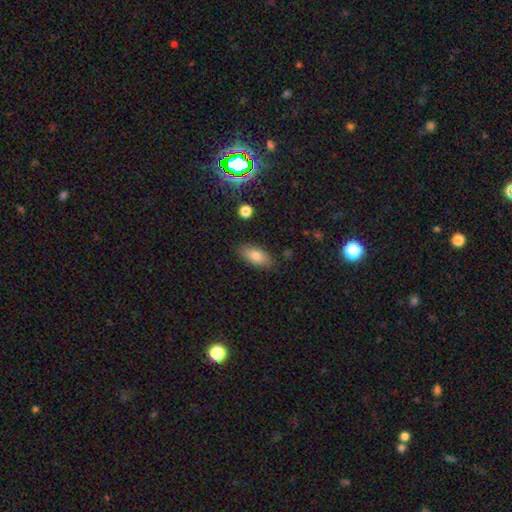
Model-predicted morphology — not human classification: smooth-or-featured: smooth: 80% | featured or disk: 12% | star or artifact: 8%
  how-rounded: in between: 86% | cigar-shaped: 10% | round: 3%
  merging: none: 84% | minor disturbance: 11% | major disturbance: 3% | merger: 2%